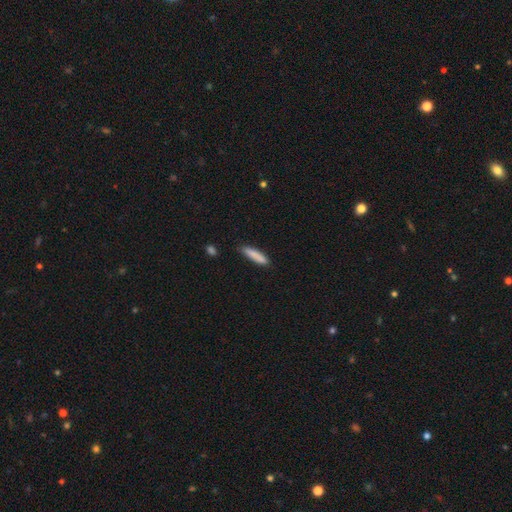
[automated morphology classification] Smooth or featured?
  - smooth: 86% *
  - featured or disk: 8%
  - star or artifact: 6%
How rounded?
  - cigar-shaped: 82% *
  - in between: 16%
  - round: 1%
Merging?
  - none: 83% *
  - minor disturbance: 13%
  - major disturbance: 2%
  - merger: 2%